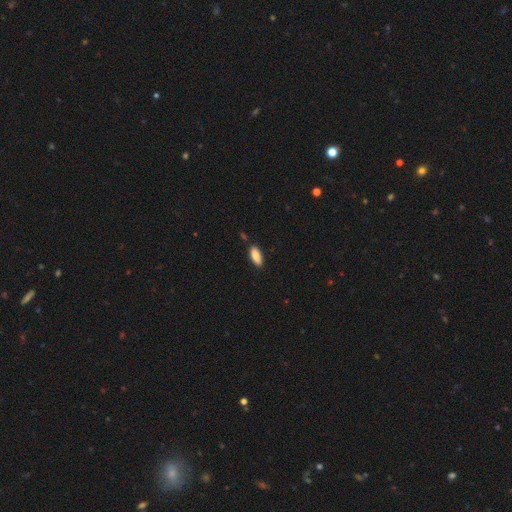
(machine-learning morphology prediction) type=smooth (88%); roundness=in between (76%); merging=none (85%).